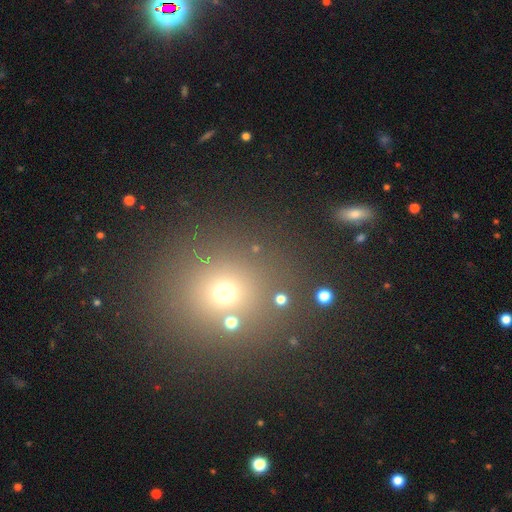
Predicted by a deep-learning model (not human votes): Q: Smooth or featured?
A: smooth (51%); runner-up: star or artifact (39%)
Q: How rounded?
A: round (90%); runner-up: in between (9%)
Q: Merging?
A: none (82%); runner-up: minor disturbance (7%)